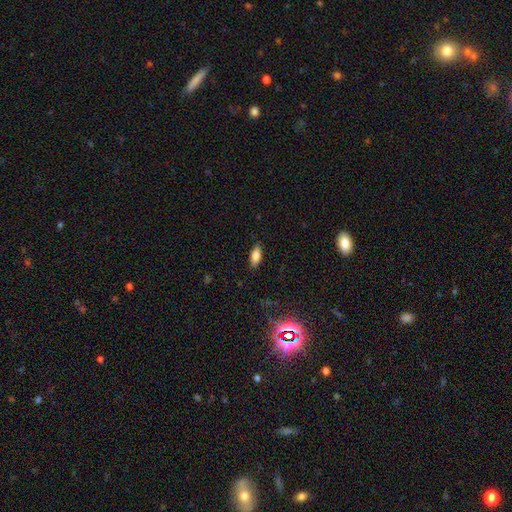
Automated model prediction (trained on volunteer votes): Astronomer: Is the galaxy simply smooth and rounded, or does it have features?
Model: smooth — 81%.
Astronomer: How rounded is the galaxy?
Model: in between — 81%.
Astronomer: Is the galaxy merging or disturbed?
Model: none — 87%.